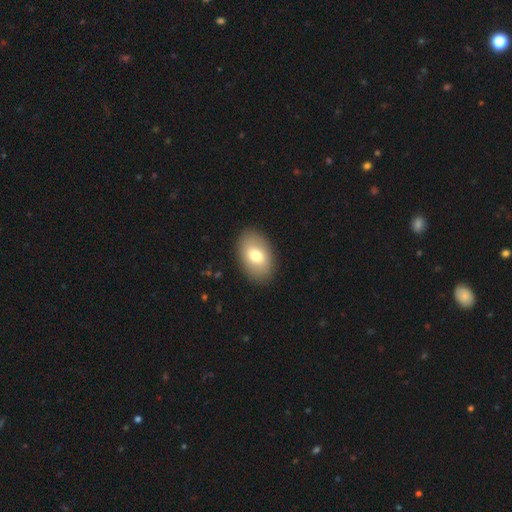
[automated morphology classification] smooth_or_featured: smooth (p=0.74) [alt: featured or disk p=0.19]
how_rounded: in between (p=0.89) [alt: round p=0.10]
merging: none (p=0.89) [alt: minor disturbance p=0.08]